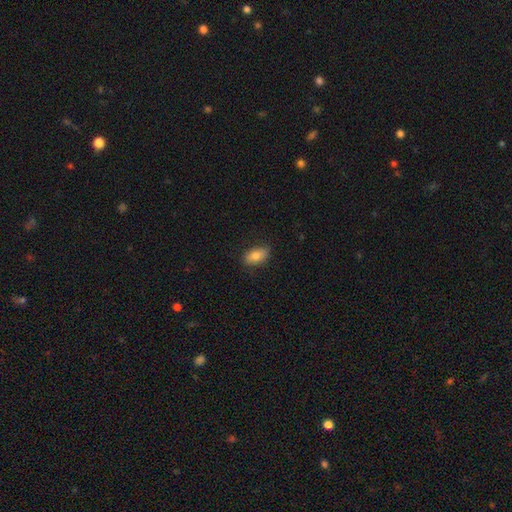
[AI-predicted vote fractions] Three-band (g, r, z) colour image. It shows a smooth galaxy with no disk features (81%) that is in between round and cigar-shaped (90%). Merging: none (81%).